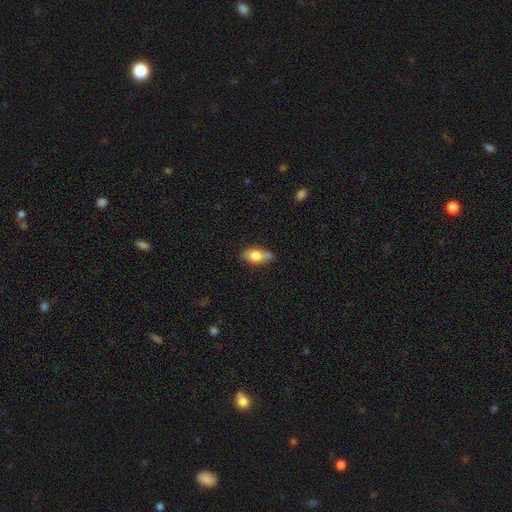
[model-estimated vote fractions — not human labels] Smooth or featured: smooth — 75% (featured or disk — 18%)
How rounded: in between — 86% (round — 8%)
Merging: none — 58% (minor disturbance — 28%)